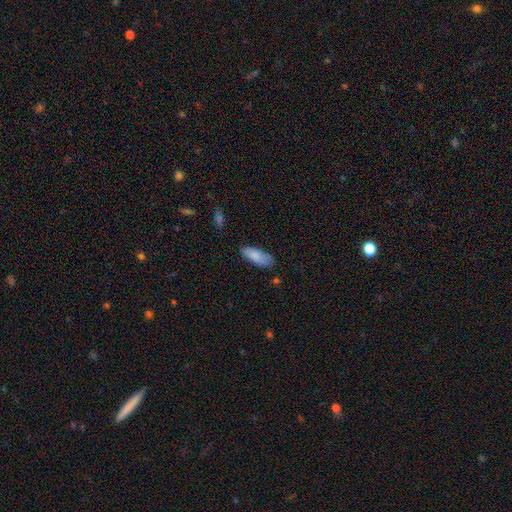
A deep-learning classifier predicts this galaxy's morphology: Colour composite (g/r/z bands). It shows a smooth galaxy with no disk features (85%) that is in between round and cigar-shaped (75%). Merging: none (75%).